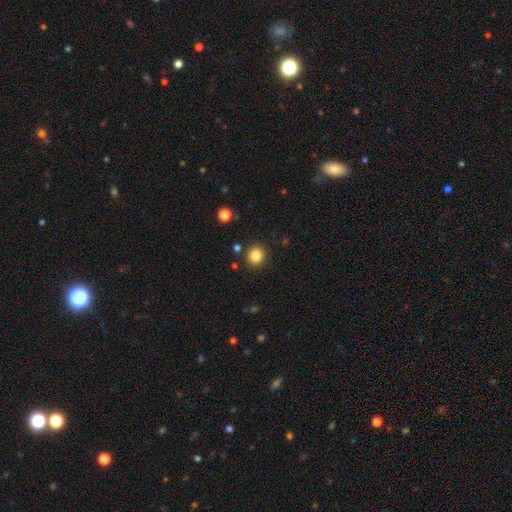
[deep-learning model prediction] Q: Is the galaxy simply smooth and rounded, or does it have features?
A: smooth — 84%.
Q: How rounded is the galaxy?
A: round — 89%.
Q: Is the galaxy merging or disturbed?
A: none — 89%.